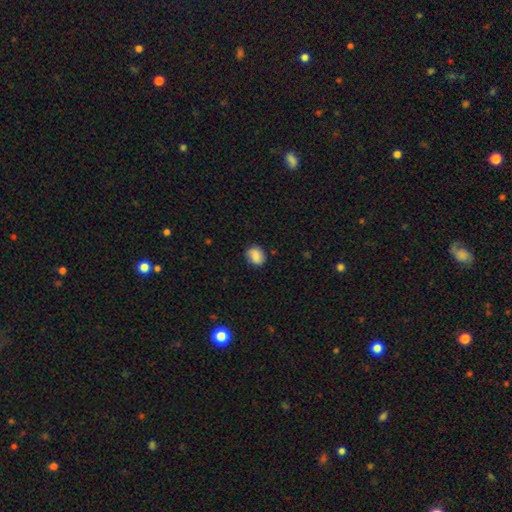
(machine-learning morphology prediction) Smooth or featured?
  - smooth: 80% *
  - featured or disk: 11%
  - star or artifact: 8%
How rounded?
  - round: 54% *
  - in between: 45%
  - cigar-shaped: 1%
Merging?
  - none: 79% *
  - minor disturbance: 16%
  - major disturbance: 4%
  - merger: 1%